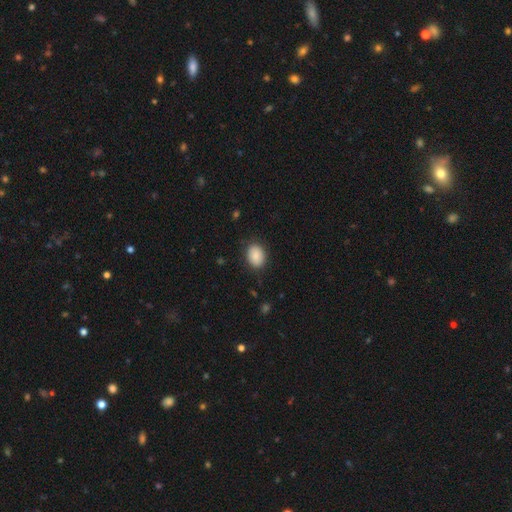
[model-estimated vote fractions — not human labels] smooth_or_featured: smooth (p=0.87) [alt: star or artifact p=0.07]
how_rounded: in between (p=0.64) [alt: round p=0.35]
merging: none (p=0.84) [alt: minor disturbance p=0.12]